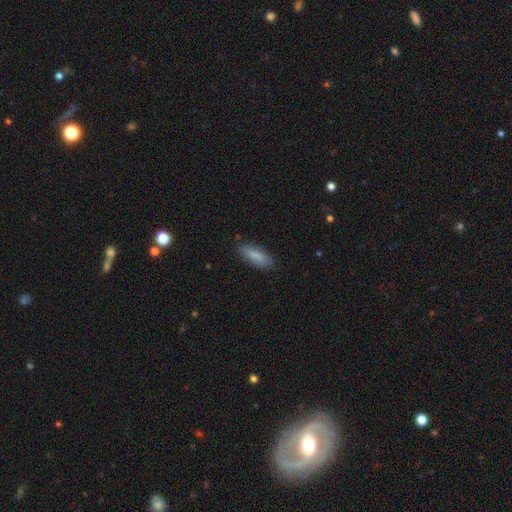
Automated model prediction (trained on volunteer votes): A smooth galaxy with no disk features (84%) that is in between round and cigar-shaped (58%).

Vote fractions:
- Smooth or featured? smooth: 84% / featured or disk: 10% / star or artifact: 6%
- How rounded? in between: 58% / cigar-shaped: 40% / round: 2%
- Merging? none: 84% / minor disturbance: 12% / major disturbance: 3% / merger: 1%